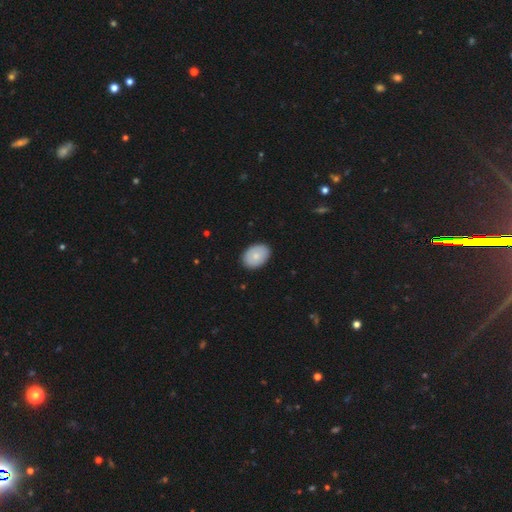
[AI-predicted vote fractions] smooth_or_featured: smooth (p=0.77) [alt: featured or disk p=0.17]
how_rounded: in between (p=0.79) [alt: round p=0.20]
merging: none (p=0.88) [alt: minor disturbance p=0.10]